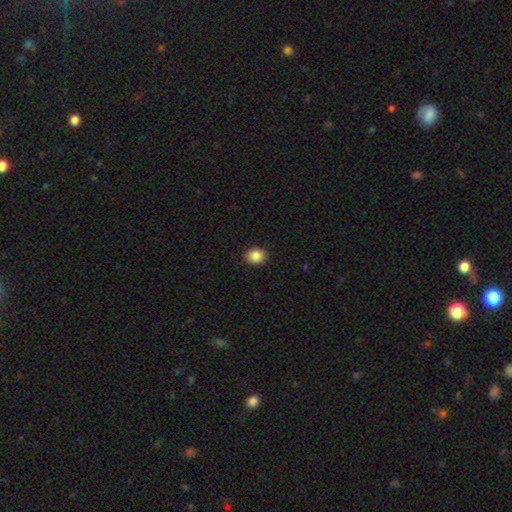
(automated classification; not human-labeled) A smooth galaxy with no disk features (87%) that is round (61%).

Vote fractions:
- Smooth or featured? smooth: 87% / star or artifact: 9% / featured or disk: 4%
- How rounded? round: 61% / in between: 38% / cigar-shaped: 1%
- Merging? none: 90% / minor disturbance: 7% / major disturbance: 2% / merger: 1%